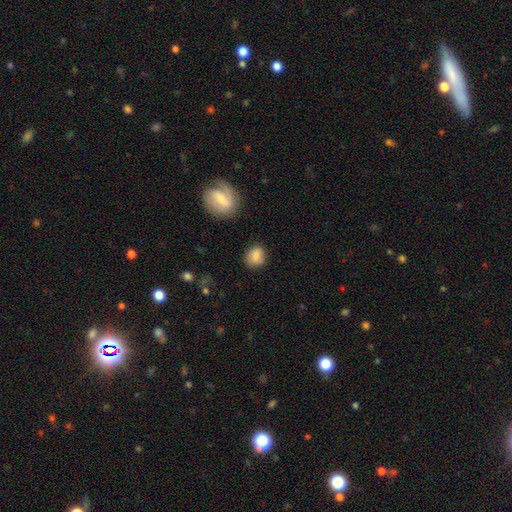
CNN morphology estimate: A smooth galaxy with no disk features (80%) that is round (65%).

Vote fractions:
- Smooth or featured? smooth: 80% / featured or disk: 11% / star or artifact: 9%
- How rounded? round: 65% / in between: 34% / cigar-shaped: 1%
- Merging? none: 75% / minor disturbance: 18% / major disturbance: 4% / merger: 3%